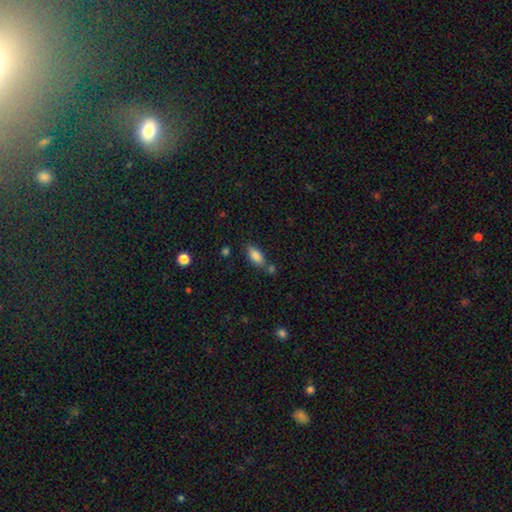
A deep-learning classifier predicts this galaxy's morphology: smooth-or-featured: smooth: 83% | featured or disk: 9% | star or artifact: 8%
  how-rounded: in between: 85% | cigar-shaped: 12% | round: 3%
  merging: none: 62% | merger: 17% | minor disturbance: 16% | major disturbance: 5%